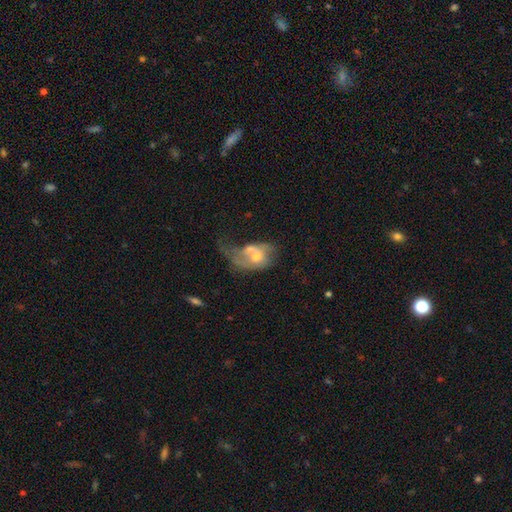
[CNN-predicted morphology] This is possibly a featured or disk galaxy (47%). Merging: marginally merger (38%).